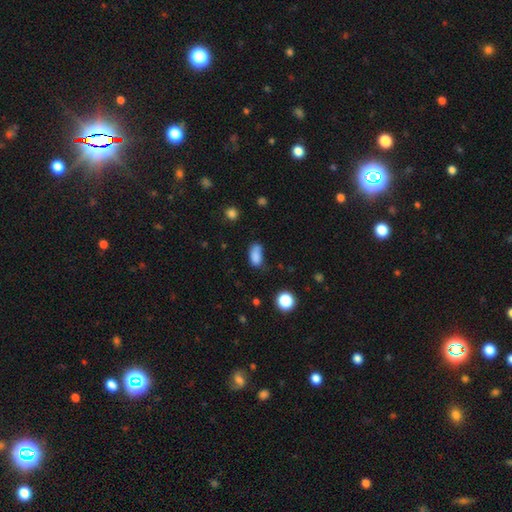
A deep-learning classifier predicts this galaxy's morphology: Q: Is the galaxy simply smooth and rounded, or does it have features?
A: smooth — 82%.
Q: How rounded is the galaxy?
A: in between — 88%.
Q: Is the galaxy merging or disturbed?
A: none — 46%.